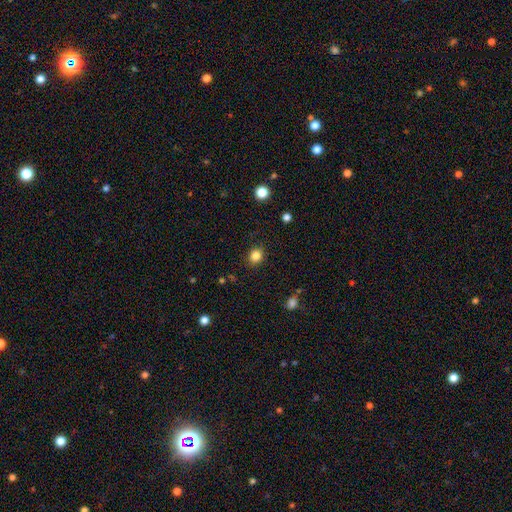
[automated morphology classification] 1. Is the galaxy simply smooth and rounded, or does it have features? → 84% smooth, 11% star or artifact, 4% featured or disk.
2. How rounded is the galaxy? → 74% round, 25% in between, 1% cigar-shaped.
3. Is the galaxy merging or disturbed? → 88% none, 8% minor disturbance, 3% major disturbance, 1% merger.